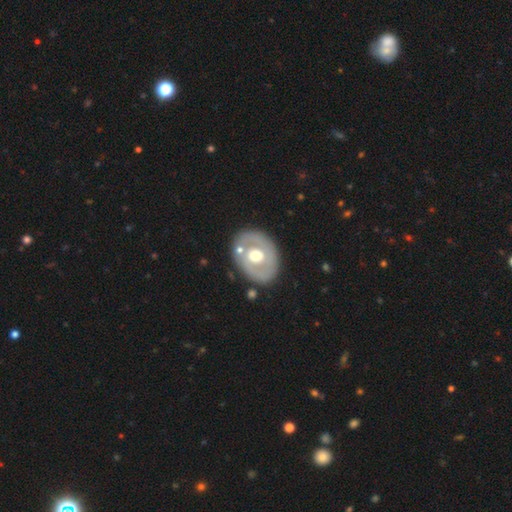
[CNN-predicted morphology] Overall: featured or disk (59%; smooth 35%). Edge-on disk: no (94%). Bar: no (78%). Spiral arms: no (81%). Bulge size: moderate (74%). Merging: none (78%).